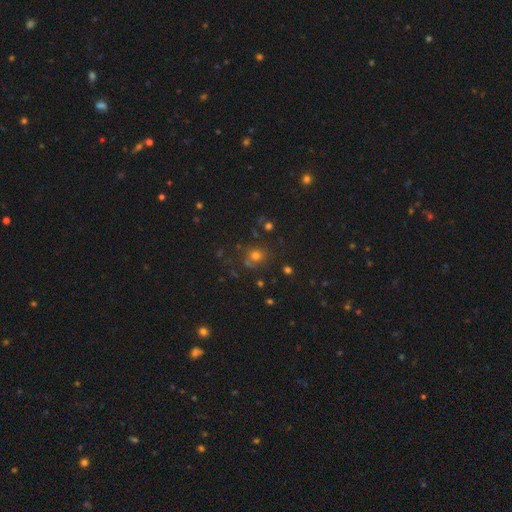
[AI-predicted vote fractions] Smooth or featured? Predicted: smooth (p=0.66). How rounded? Predicted: round (p=0.81). Merging? Predicted: none (p=0.72).